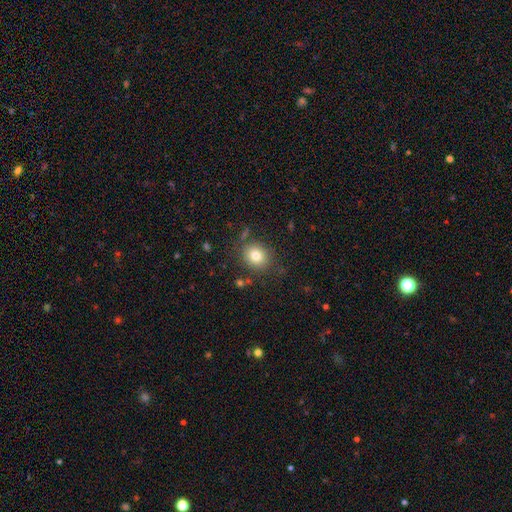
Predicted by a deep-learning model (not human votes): Morphology: type=smooth (79%); roundness=round (78%); merging=none (83%).